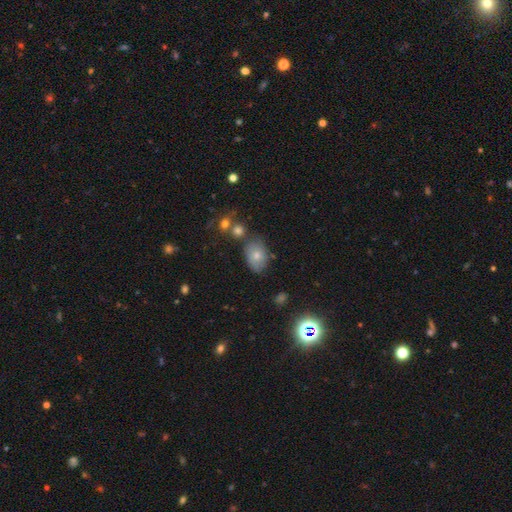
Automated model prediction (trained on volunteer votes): Smooth or featured: smooth — 52% (star or artifact — 26%)
How rounded: in between — 71% (round — 27%)
Merging: none — 69% (minor disturbance — 17%)